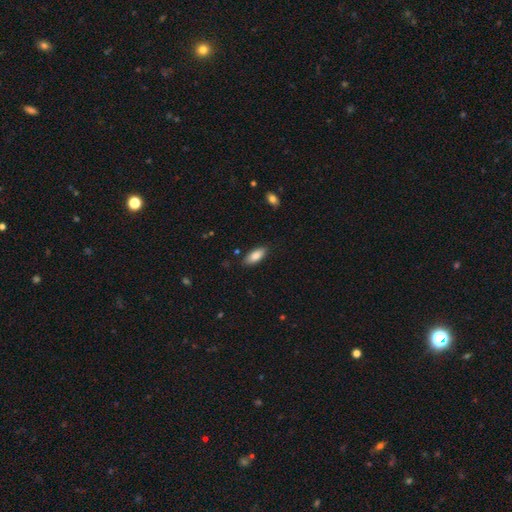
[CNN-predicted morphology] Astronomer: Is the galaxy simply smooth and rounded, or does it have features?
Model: smooth — 85%.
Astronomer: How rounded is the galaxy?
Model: in between — 84%.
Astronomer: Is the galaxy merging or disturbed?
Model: none — 83%.